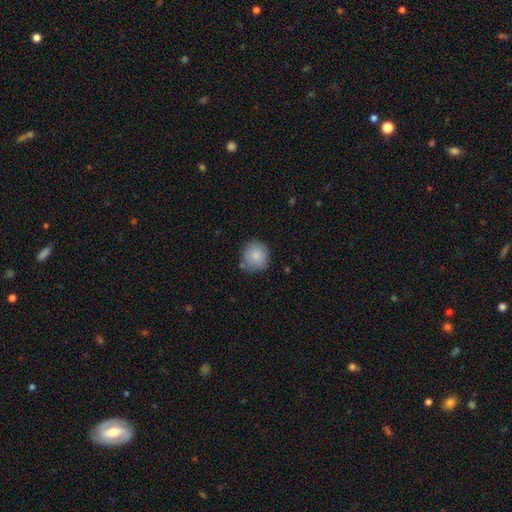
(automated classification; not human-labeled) Smooth or featured? Predicted: smooth (p=0.85). How rounded? Predicted: round (p=0.90). Merging? Predicted: none (p=0.76).